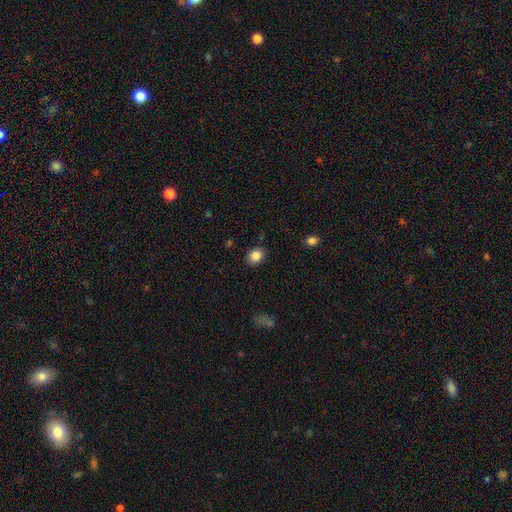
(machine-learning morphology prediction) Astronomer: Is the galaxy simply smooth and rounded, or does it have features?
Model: smooth — 86%.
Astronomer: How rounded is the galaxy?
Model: in between — 56% (runner-up: round, 43%).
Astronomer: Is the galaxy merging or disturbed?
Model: none — 86%.